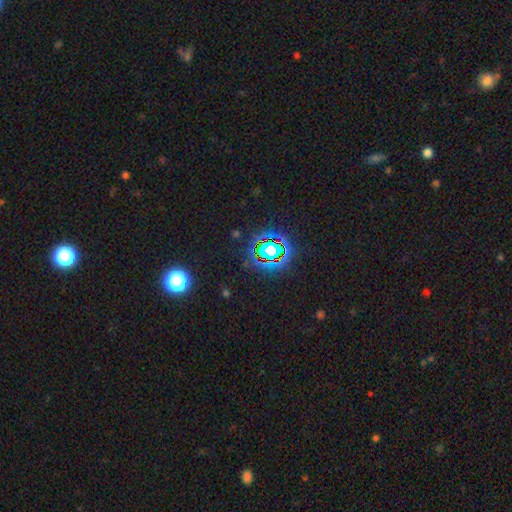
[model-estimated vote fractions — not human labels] Smooth or featured: star or artifact — 80% (smooth — 13%)